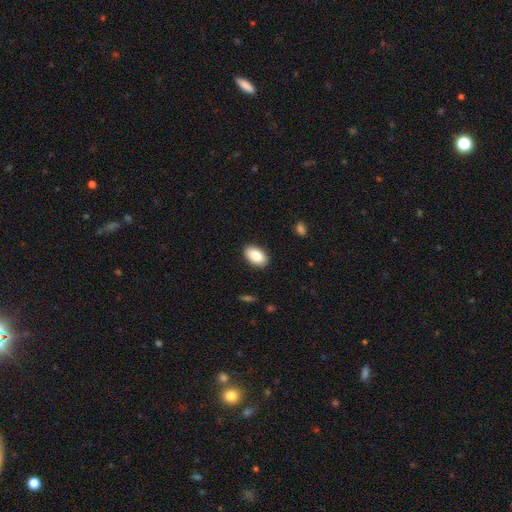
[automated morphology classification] Smooth or featured: smooth — 86% (featured or disk — 8%)
How rounded: in between — 93% (round — 5%)
Merging: none — 89% (minor disturbance — 8%)